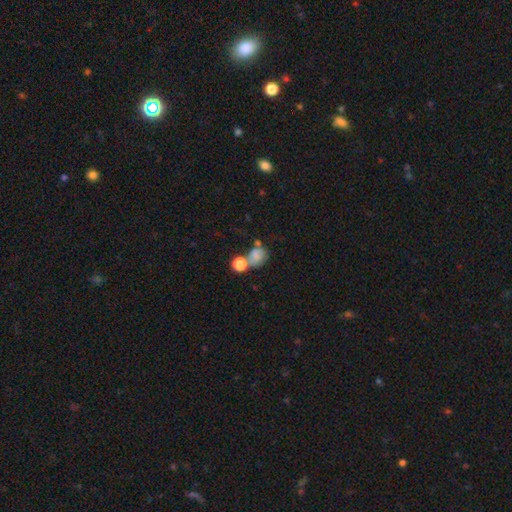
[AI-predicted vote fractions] Smooth or featured: smooth — 75% (star or artifact — 13%)
How rounded: round — 58% (in between — 41%)
Merging: merger — 37% (none — 36%)